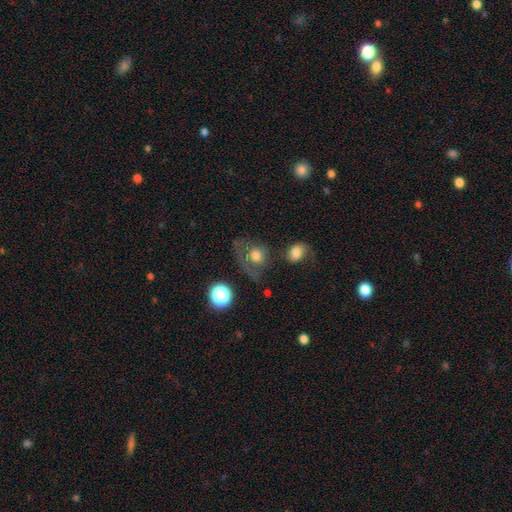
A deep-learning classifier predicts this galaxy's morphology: Smooth or featured?
  - smooth: 66% *
  - featured or disk: 21%
  - star or artifact: 13%
How rounded?
  - round: 67% *
  - in between: 32%
  - cigar-shaped: 1%
Merging?
  - none: 38% *
  - major disturbance: 29%
  - minor disturbance: 23%
  - merger: 10%